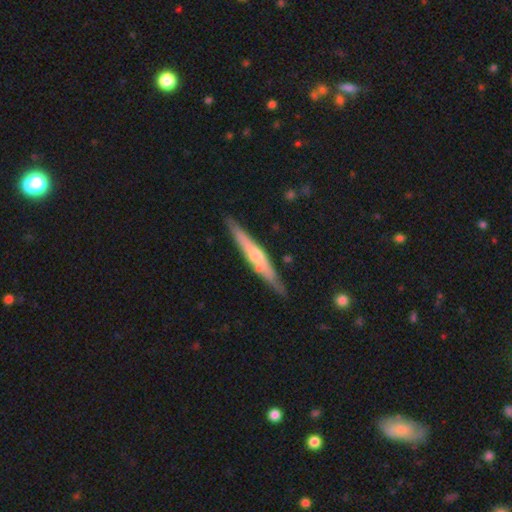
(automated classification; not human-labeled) smooth-or-featured: featured or disk: 62% | smooth: 32% | star or artifact: 5%
  disk-edge-on: yes: 93% | no: 7%
    edge-on-bulge: rounded: 73% | none: 19% | boxy: 7%
  merging: none: 83% | minor disturbance: 12% | merger: 3% | major disturbance: 2%